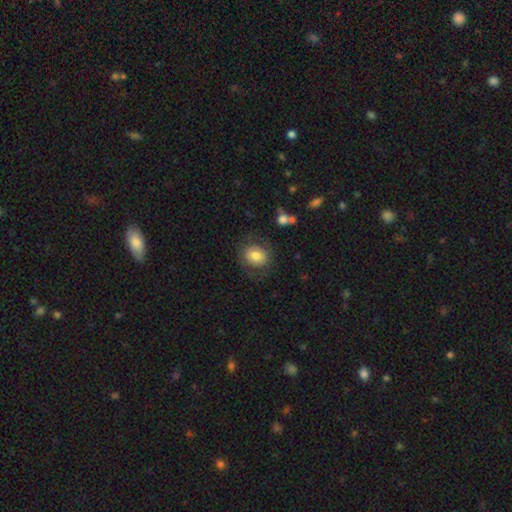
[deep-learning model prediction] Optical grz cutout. It shows a smooth galaxy with no disk features (72%) that is round (63%). Merging: none (75%).